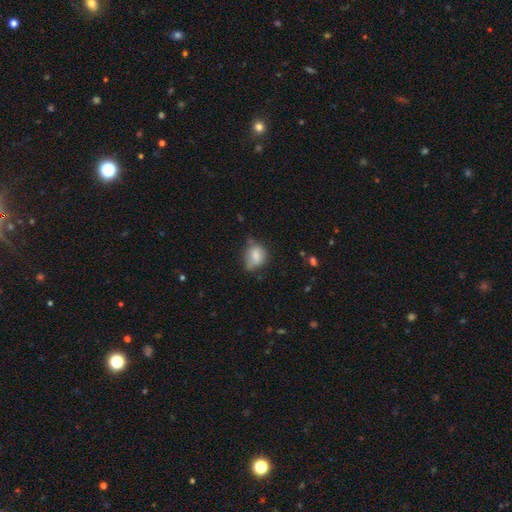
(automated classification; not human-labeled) smooth_or_featured: smooth (p=0.76) [alt: featured or disk p=0.14]
how_rounded: in between (p=0.55) [alt: round p=0.44]
merging: none (p=0.45) [alt: minor disturbance p=0.38]